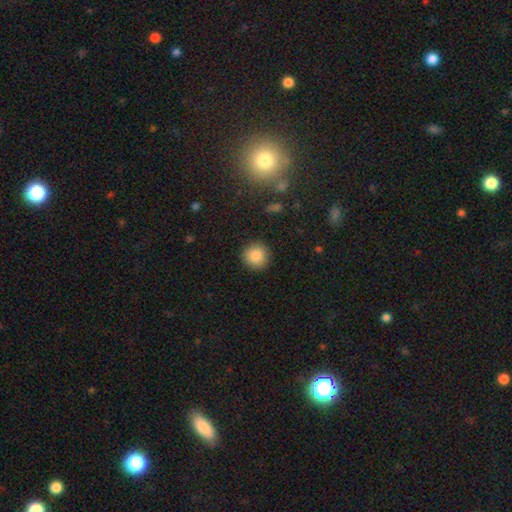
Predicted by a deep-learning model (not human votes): This appears to be a smooth galaxy with no disk features (87%) that is round (93%). Merging: none (91%).